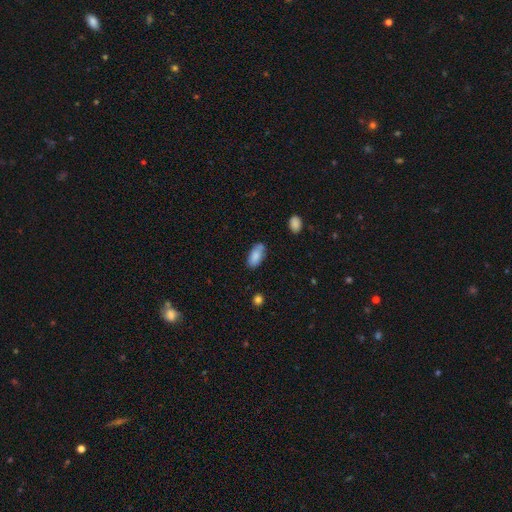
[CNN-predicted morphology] A smooth galaxy with no disk features (84%) that is in between round and cigar-shaped (91%). Merging: none (73%).